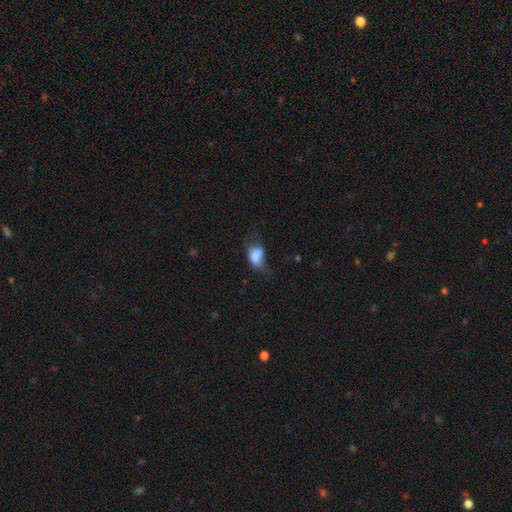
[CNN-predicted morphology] smooth-or-featured: smooth: 74% | featured or disk: 16% | star or artifact: 10%
  how-rounded: in between: 82% | round: 16% | cigar-shaped: 2%
  merging: major disturbance: 36% | minor disturbance: 31% | none: 24% | merger: 9%